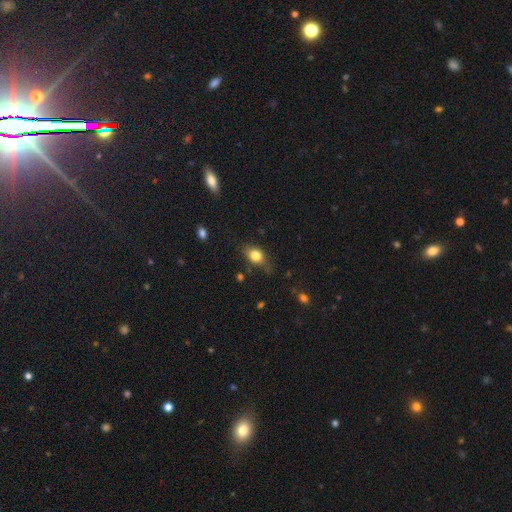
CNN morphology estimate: This appears to be a smooth galaxy with no disk features (79%) that is in between round and cigar-shaped (72%). Merging: none (66%).